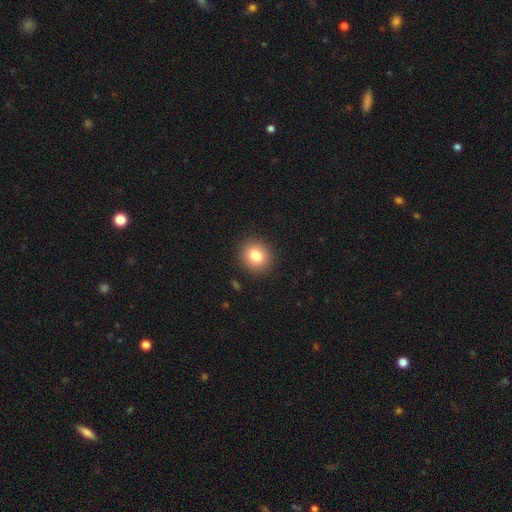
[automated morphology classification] Smooth or featured? Predicted: smooth (p=0.81). How rounded? Predicted: round (p=0.83). Merging? Predicted: none (p=0.90).